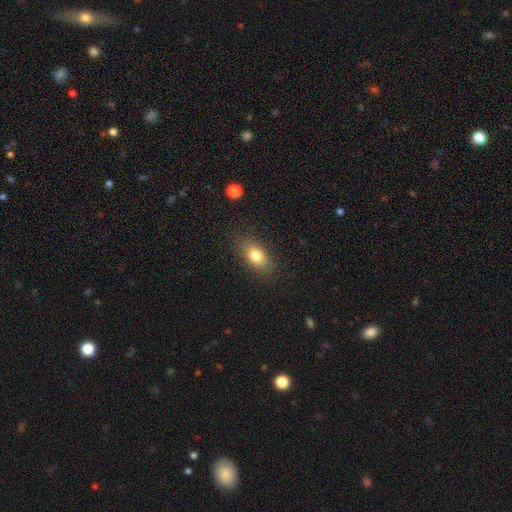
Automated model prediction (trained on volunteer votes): smooth-or-featured: smooth: 79% | featured or disk: 12% | star or artifact: 9%
  how-rounded: in between: 82% | round: 12% | cigar-shaped: 6%
  merging: none: 83% | minor disturbance: 12% | major disturbance: 4% | merger: 1%